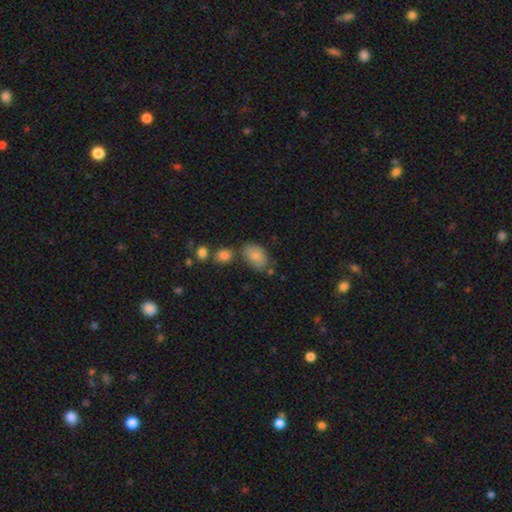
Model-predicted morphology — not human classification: A smooth galaxy with no disk features (82%) that is in between round and cigar-shaped (89%).

Vote fractions:
- Smooth or featured? smooth: 82% / featured or disk: 10% / star or artifact: 8%
- How rounded? in between: 89% / round: 10% / cigar-shaped: 1%
- Merging? none: 59% / minor disturbance: 21% / merger: 14% / major disturbance: 6%